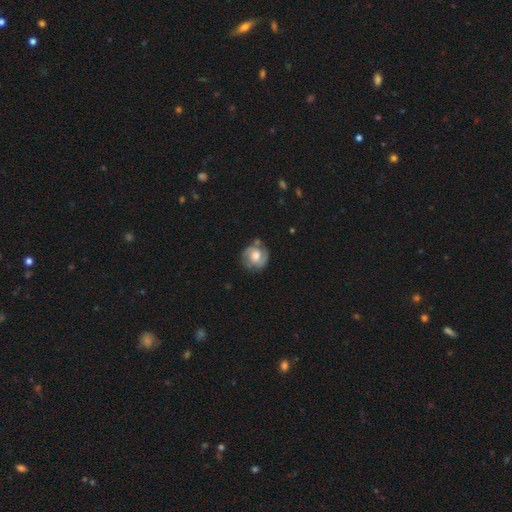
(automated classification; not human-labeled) Smooth or featured? featured or disk (56%)
Edge-on disk? no (97%)
Bar? no (66%)
Spiral arms? yes (82%)
Bulge size? moderate (60%)
Merging? none (70%)